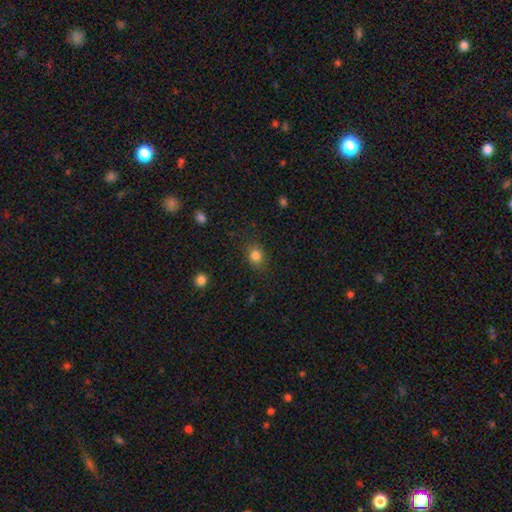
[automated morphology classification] A smooth galaxy with no disk features (83%) that is round (66%). Merging: none (83%).